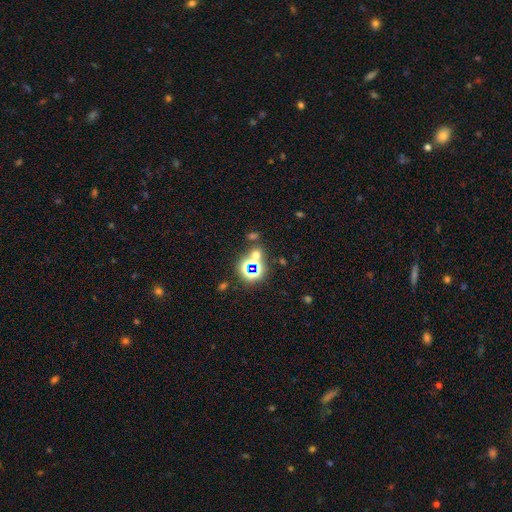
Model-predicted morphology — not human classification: This appears to be a star or artifact, not a galaxy (50%).